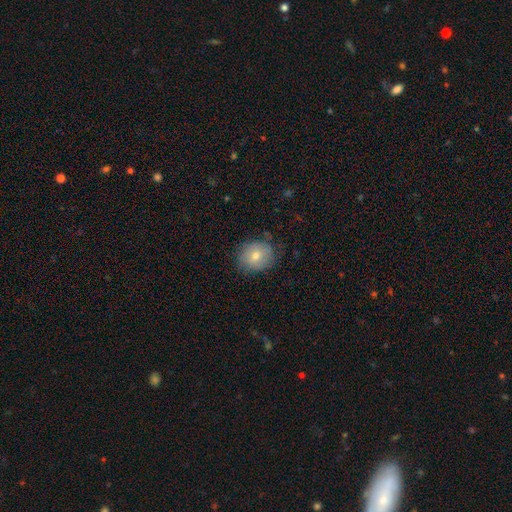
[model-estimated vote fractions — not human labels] Smooth or featured: smooth — 69% (featured or disk — 21%)
How rounded: round — 67% (in between — 32%)
Merging: none — 77% (minor disturbance — 17%)